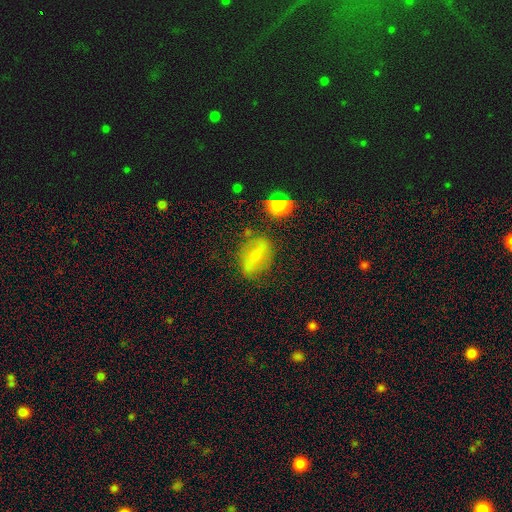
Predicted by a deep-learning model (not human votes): This is possibly a smooth galaxy (48%). Merging: likely none (71%).